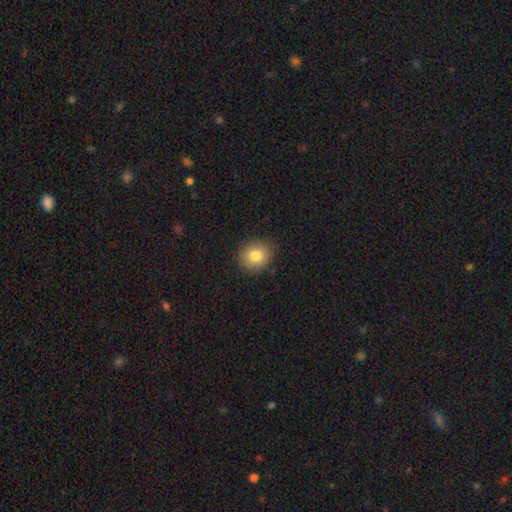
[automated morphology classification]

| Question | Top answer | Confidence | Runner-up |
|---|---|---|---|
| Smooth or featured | smooth | 81% | star or artifact (10%) |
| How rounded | round | 75% | in between (24%) |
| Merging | none | 87% | minor disturbance (9%) |